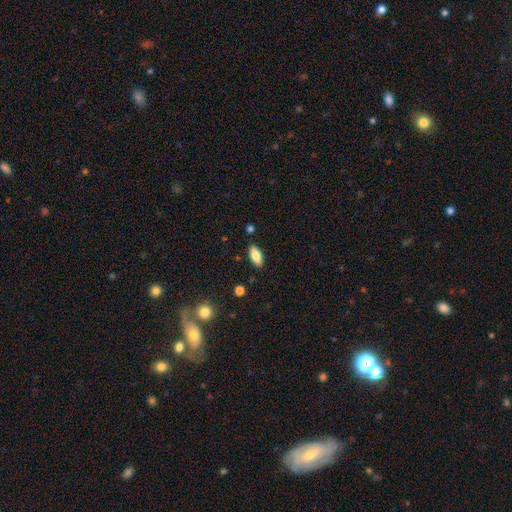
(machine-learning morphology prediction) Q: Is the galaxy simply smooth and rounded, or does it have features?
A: smooth — 81%.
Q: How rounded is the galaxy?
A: in between — 82%.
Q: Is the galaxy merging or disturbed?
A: none — 87%.